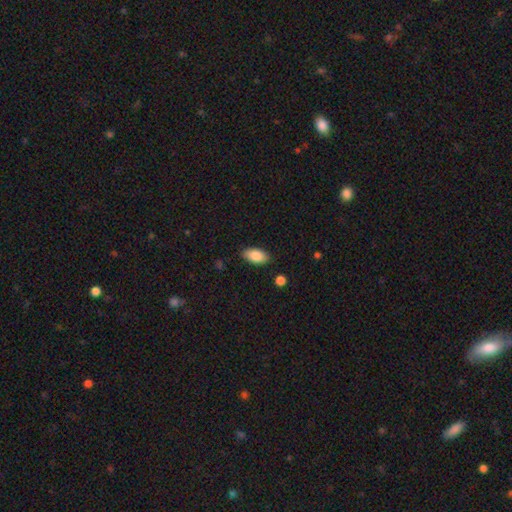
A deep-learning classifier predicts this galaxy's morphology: This is clearly a smooth galaxy (86%). How rounded: clearly in between (93%). Merging: clearly none (85%).